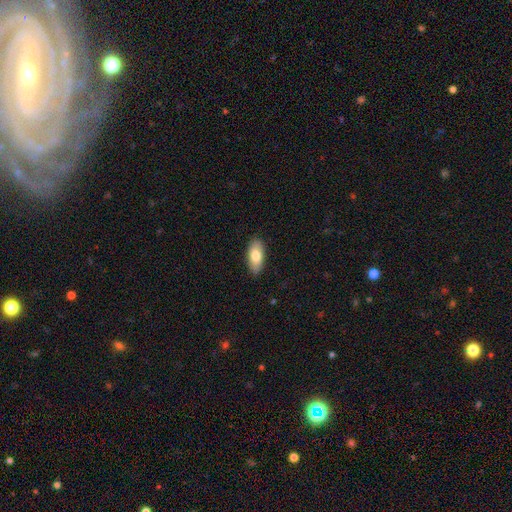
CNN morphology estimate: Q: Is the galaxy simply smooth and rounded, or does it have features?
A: smooth — 79%.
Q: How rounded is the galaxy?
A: in between — 90%.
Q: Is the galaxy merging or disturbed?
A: none — 88%.